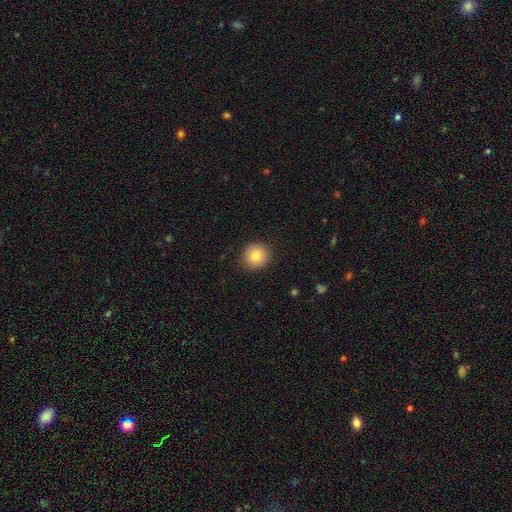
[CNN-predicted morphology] A smooth galaxy with no disk features (83%) that is round (93%).

Vote fractions:
- Smooth or featured? smooth: 83% / star or artifact: 9% / featured or disk: 7%
- How rounded? round: 93% / in between: 6% / cigar-shaped: 1%
- Merging? none: 91% / minor disturbance: 6% / major disturbance: 2% / merger: 1%